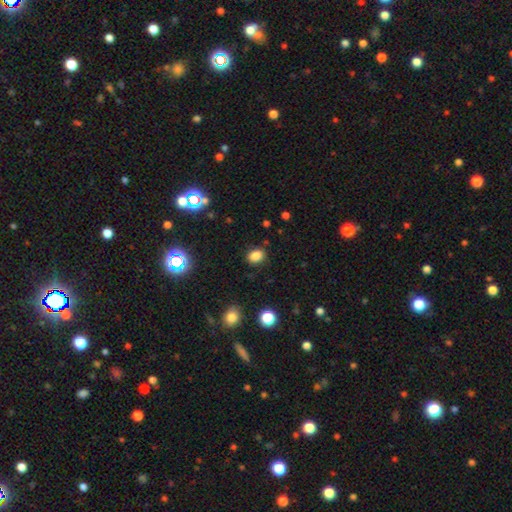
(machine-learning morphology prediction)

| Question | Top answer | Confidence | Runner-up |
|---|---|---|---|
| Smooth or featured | smooth | 83% | star or artifact (13%) |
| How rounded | in between | 62% | round (37%) |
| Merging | none | 86% | minor disturbance (10%) |